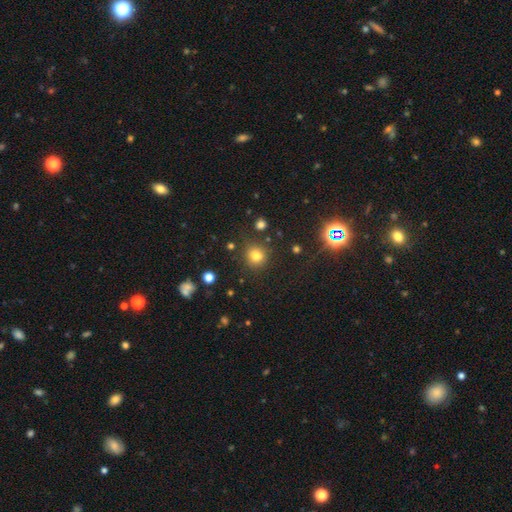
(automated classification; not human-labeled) Q: Smooth or featured?
A: smooth (76%); runner-up: star or artifact (17%)
Q: How rounded?
A: round (90%); runner-up: in between (9%)
Q: Merging?
A: none (84%); runner-up: minor disturbance (9%)